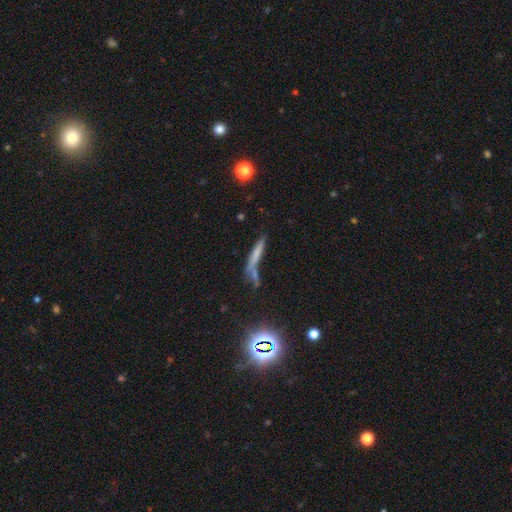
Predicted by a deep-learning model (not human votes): Smooth or featured: smooth — 51% (featured or disk — 31%)
How rounded: cigar-shaped — 87% (in between — 9%)
Merging: none — 52% (merger — 22%)